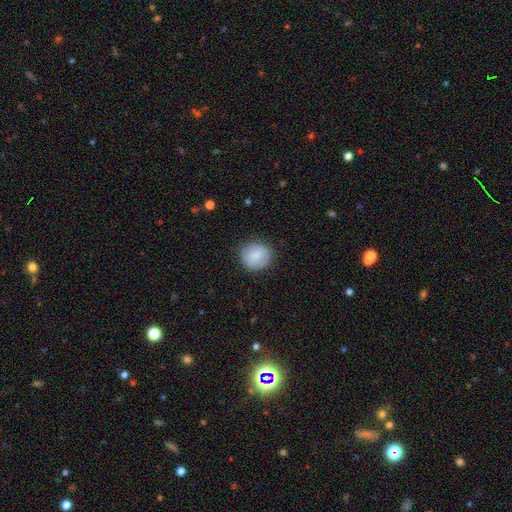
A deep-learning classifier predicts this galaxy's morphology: A smooth galaxy with no disk features (82%) that is round (89%). Merging: none (85%).